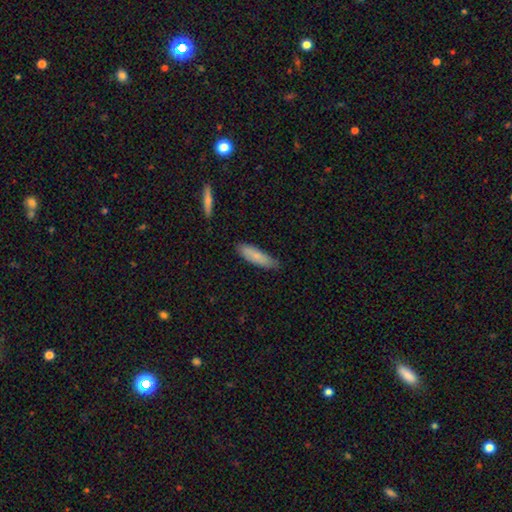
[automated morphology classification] type=smooth (78%); roundness=cigar-shaped (57%); merging=none (74%).